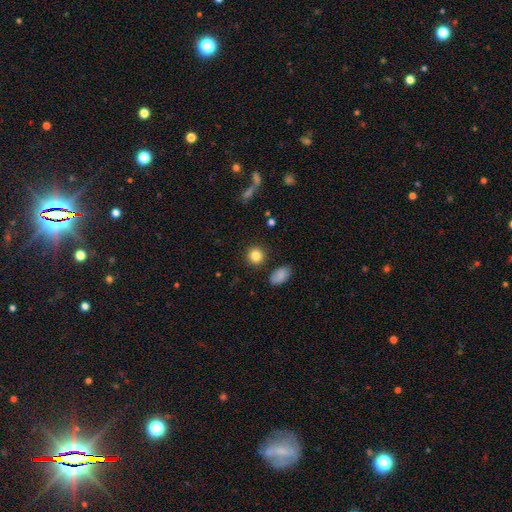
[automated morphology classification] Overall: smooth (84%). How rounded: round (88%). Merging: none (88%).